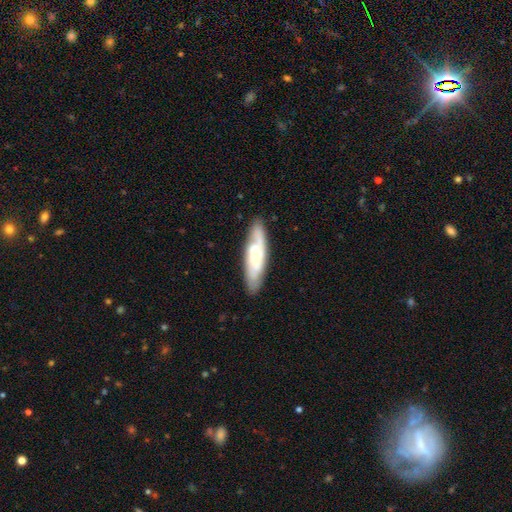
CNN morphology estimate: Q: Smooth or featured?
A: featured or disk (60%); runner-up: smooth (34%)
Q: Edge-on disk?
A: no (75%); runner-up: yes (25%)
Q: Merging?
A: none (79%); runner-up: minor disturbance (15%)